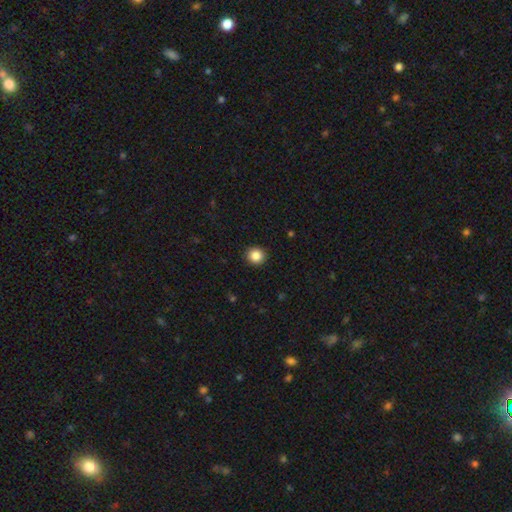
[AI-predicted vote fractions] Smooth or featured: smooth — 87% (star or artifact — 10%)
How rounded: round — 92% (in between — 8%)
Merging: none — 92% (minor disturbance — 5%)